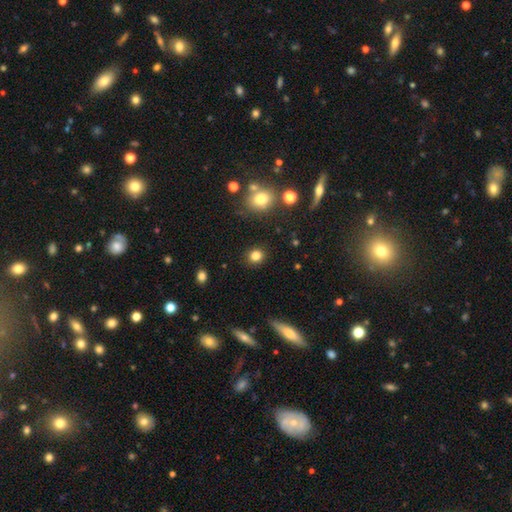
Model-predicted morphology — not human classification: Q: Smooth or featured?
A: smooth (82%); runner-up: star or artifact (13%)
Q: How rounded?
A: round (83%); runner-up: in between (16%)
Q: Merging?
A: none (89%); runner-up: minor disturbance (7%)